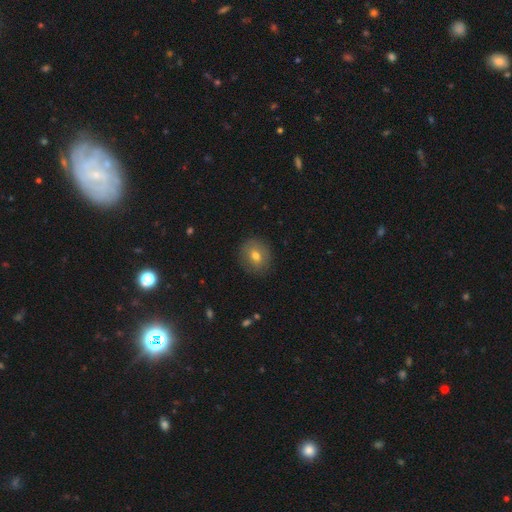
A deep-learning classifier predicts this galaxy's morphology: smooth_or_featured: smooth (p=0.68) [alt: featured or disk p=0.23]
how_rounded: round (p=0.75) [alt: in between p=0.24]
merging: none (p=0.85) [alt: minor disturbance p=0.10]